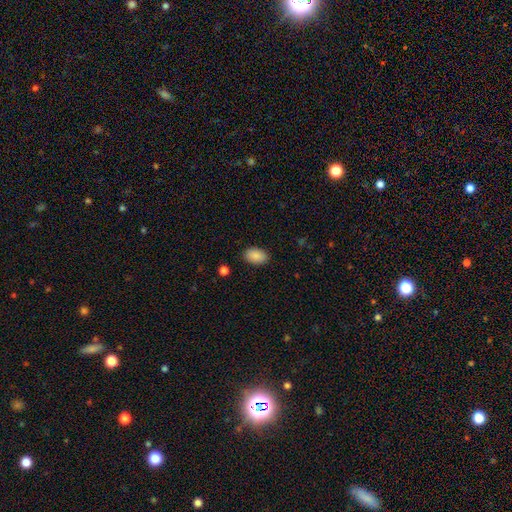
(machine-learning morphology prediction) smooth_or_featured: smooth (p=0.90) [alt: star or artifact p=0.07]
how_rounded: in between (p=0.93) [alt: round p=0.05]
merging: none (p=0.88) [alt: minor disturbance p=0.09]